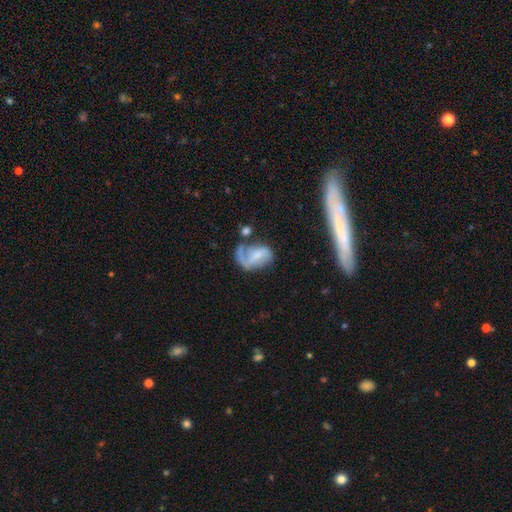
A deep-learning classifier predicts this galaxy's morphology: This appears to be a featured or disk galaxy (65%) with a weak bar (43%), 2 (49%) loose (46%) spiral arms (80%) and a small central bulge (41%). Merging: none (33%).